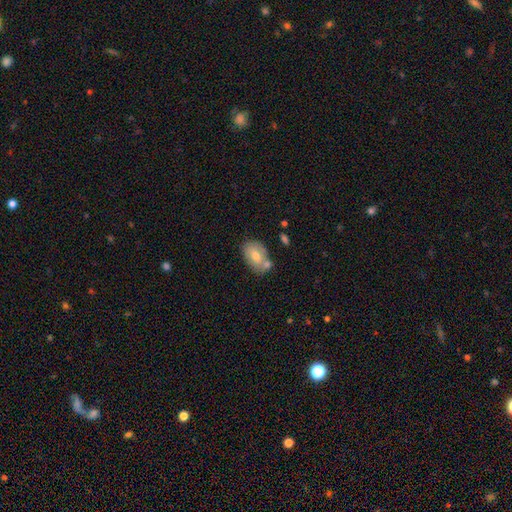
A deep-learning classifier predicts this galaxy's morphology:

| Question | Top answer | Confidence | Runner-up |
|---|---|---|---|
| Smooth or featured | smooth | 68% | featured or disk (24%) |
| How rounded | in between | 84% | round (15%) |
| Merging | none | 55% | merger (23%) |